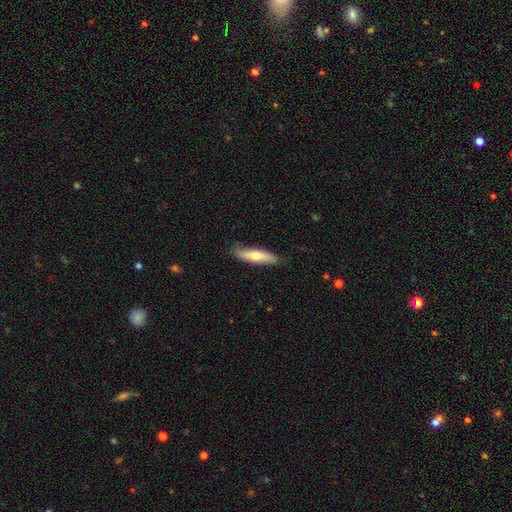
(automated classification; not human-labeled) Overall: smooth (64%; featured or disk 31%). How rounded: cigar-shaped (71%). Merging: none (81%).